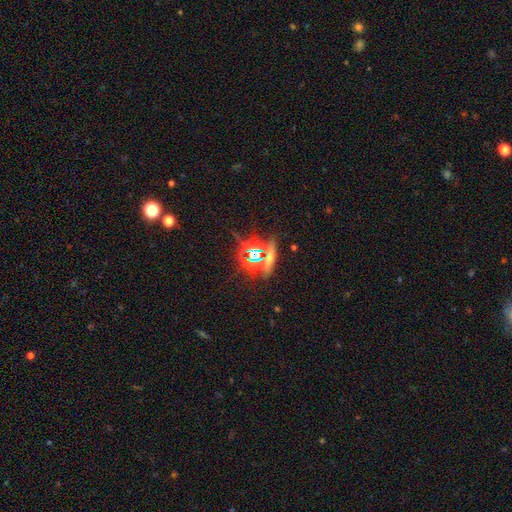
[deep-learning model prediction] smooth-or-featured: star or artifact: 64% | smooth: 22% | featured or disk: 14%